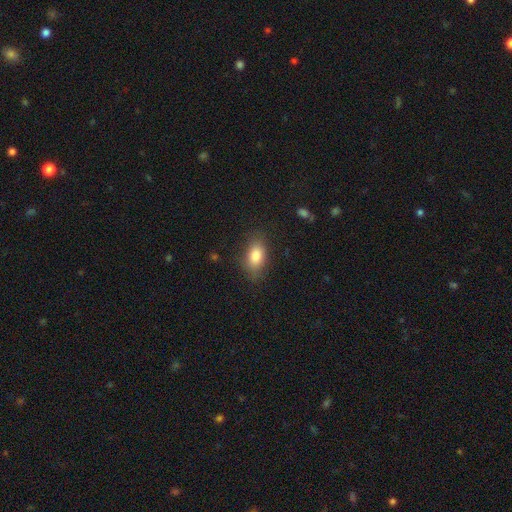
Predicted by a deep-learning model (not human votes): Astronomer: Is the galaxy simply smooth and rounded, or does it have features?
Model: smooth — 82%.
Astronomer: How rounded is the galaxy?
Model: in between — 86%.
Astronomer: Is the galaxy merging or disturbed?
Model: none — 80%.